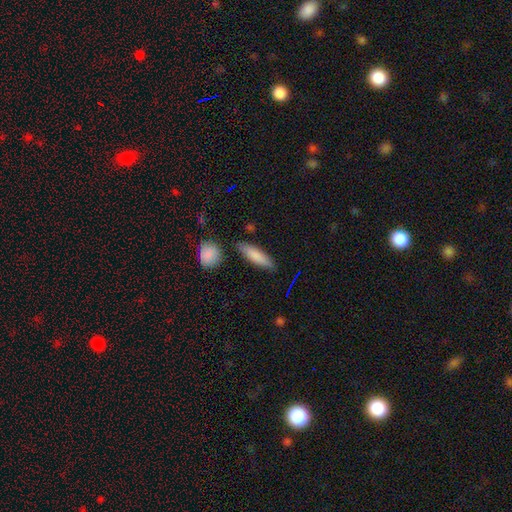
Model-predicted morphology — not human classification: smooth-or-featured: smooth: 80% | featured or disk: 14% | star or artifact: 6%
  how-rounded: cigar-shaped: 70% | in between: 28% | round: 2%
  merging: none: 83% | minor disturbance: 11% | merger: 4% | major disturbance: 2%